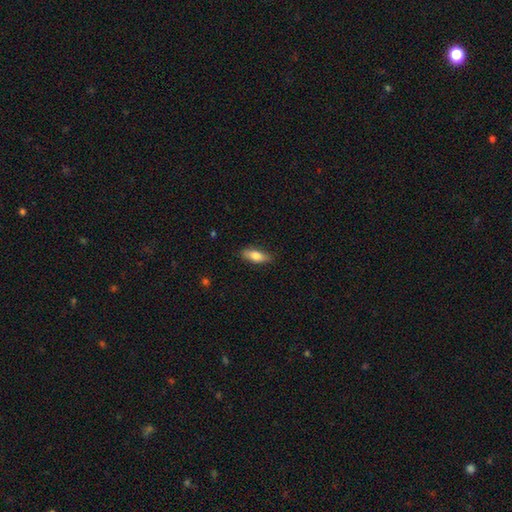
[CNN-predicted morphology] smooth-or-featured: smooth: 77% | featured or disk: 17% | star or artifact: 6%
  how-rounded: in between: 73% | cigar-shaped: 25% | round: 3%
  merging: none: 82% | minor disturbance: 14% | major disturbance: 3% | merger: 1%